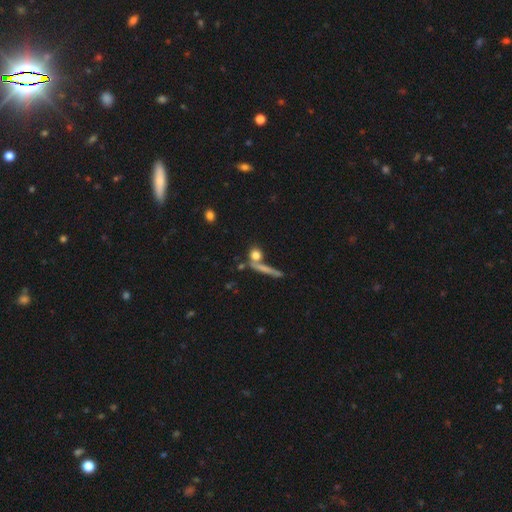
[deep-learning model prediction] Overall: smooth (73%). How rounded: round (69%). Merging: none (62%; merger 23%).